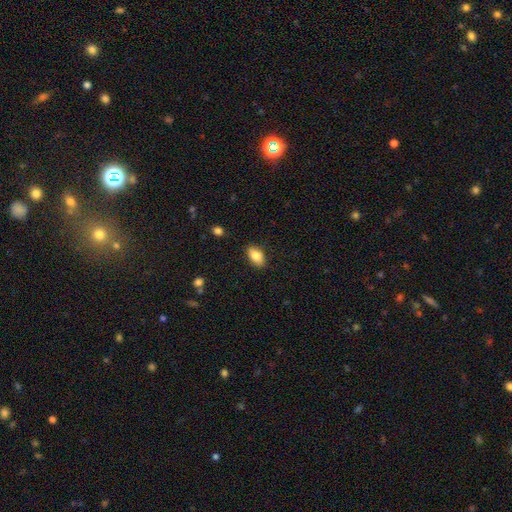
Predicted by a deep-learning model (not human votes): A smooth galaxy with no disk features (85%) that is in between round and cigar-shaped (91%).

Vote fractions:
- Smooth or featured? smooth: 85% / featured or disk: 8% / star or artifact: 7%
- How rounded? in between: 91% / round: 5% / cigar-shaped: 4%
- Merging? none: 85% / minor disturbance: 11% / major disturbance: 3% / merger: 1%